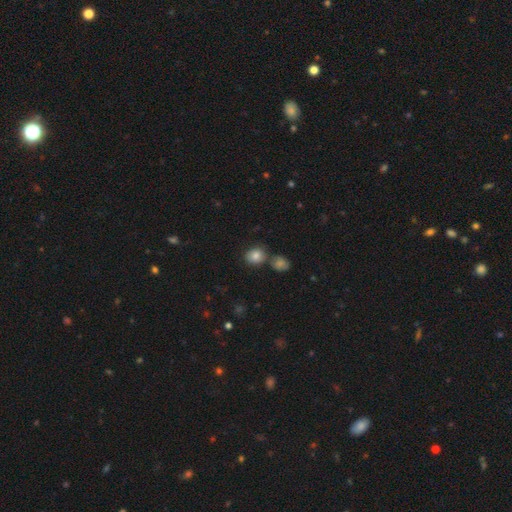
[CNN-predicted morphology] Smooth or featured? smooth (83%)
How rounded? round (67%)
Merging? none (65%)